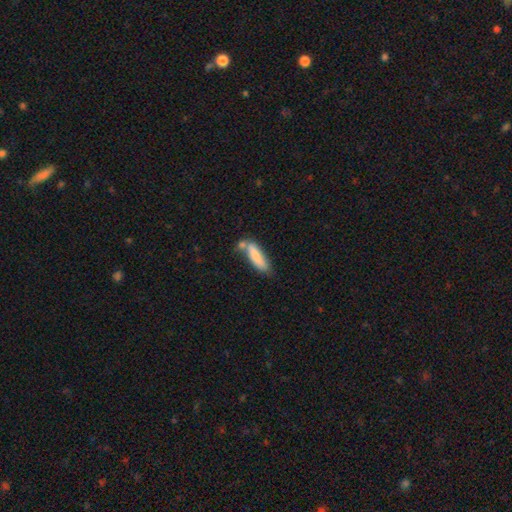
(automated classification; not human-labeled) Smooth or featured? smooth (80%)
How rounded? cigar-shaped (64%)
Merging? none (50%)